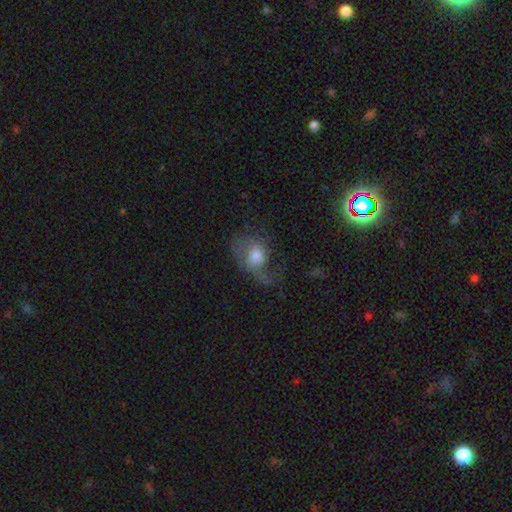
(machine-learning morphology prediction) The model was most divided on "smooth or featured": featured or disk: 49%, smooth: 42%, star or artifact: 10%. Remaining: merging — major disturbance (47%).